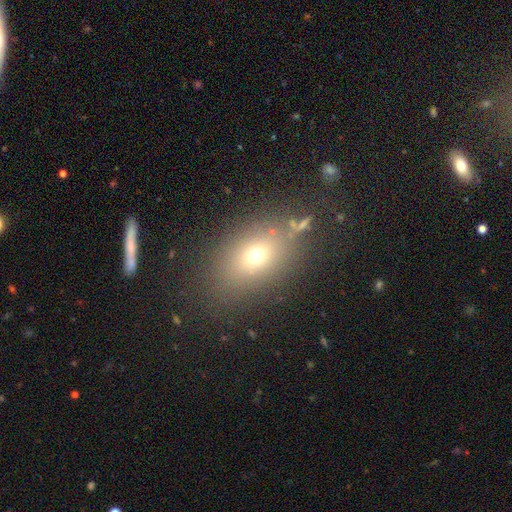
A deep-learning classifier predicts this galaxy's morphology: Smooth or featured: smooth — 66% (star or artifact — 18%)
How rounded: in between — 74% (round — 24%)
Merging: none — 78% (minor disturbance — 11%)